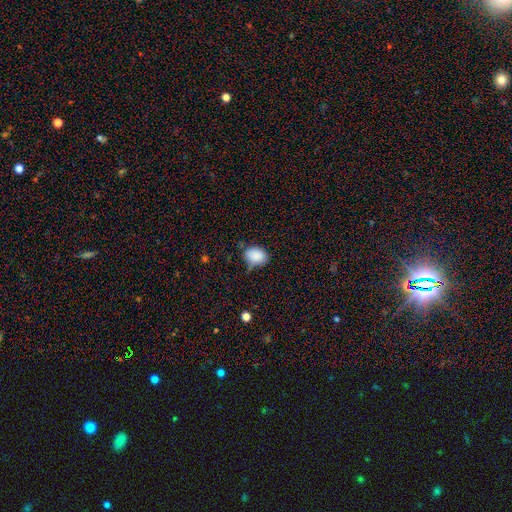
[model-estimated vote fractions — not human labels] A smooth galaxy with no disk features (88%) that is in between round and cigar-shaped (74%).

Vote fractions:
- Smooth or featured? smooth: 88% / star or artifact: 8% / featured or disk: 4%
- How rounded? in between: 74% / round: 25% / cigar-shaped: 1%
- Merging? none: 64% / minor disturbance: 27% / major disturbance: 6% / merger: 3%